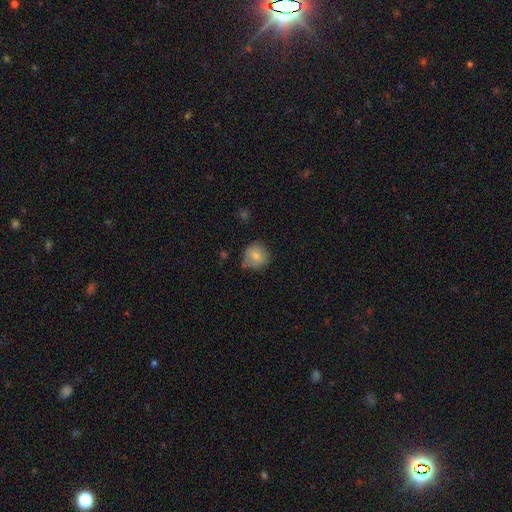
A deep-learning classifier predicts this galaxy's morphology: This appears to be a smooth galaxy with no disk features (80%) that is round (87%). Merging: none (69%).